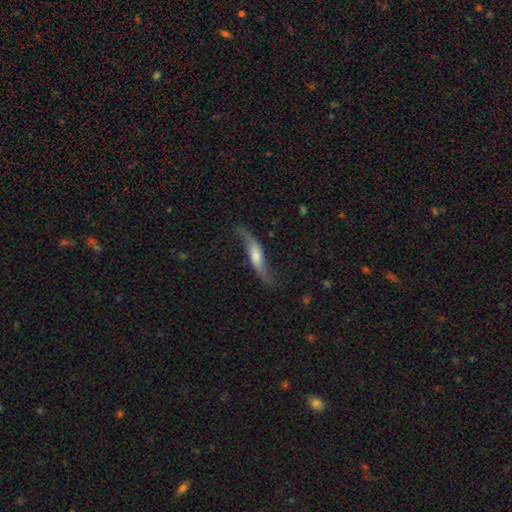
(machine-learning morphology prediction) smooth-or-featured: featured or disk: 64% | smooth: 29% | star or artifact: 7%
  disk-edge-on: no: 62% | yes: 38%
  merging: none: 62% | minor disturbance: 23% | major disturbance: 12% | merger: 3%